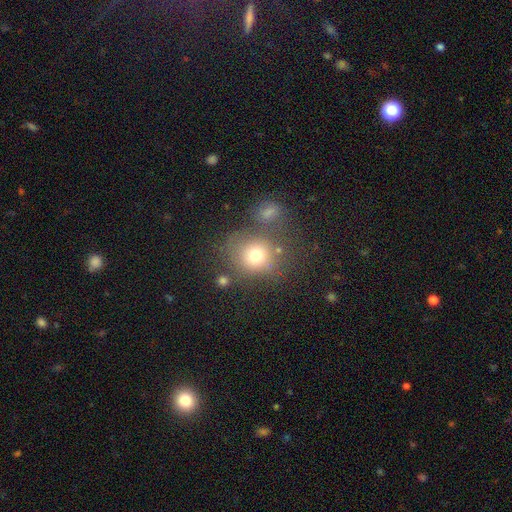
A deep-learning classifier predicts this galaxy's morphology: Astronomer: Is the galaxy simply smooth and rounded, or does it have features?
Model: smooth — 74%.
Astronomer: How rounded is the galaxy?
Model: round — 78%.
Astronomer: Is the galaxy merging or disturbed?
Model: none — 59%.